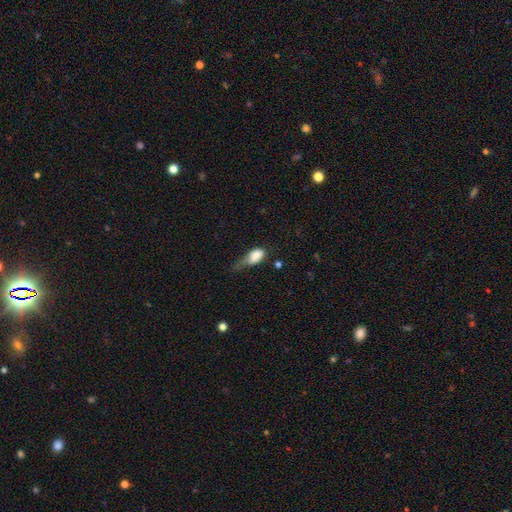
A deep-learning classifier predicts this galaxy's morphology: This is likely a smooth galaxy (75%). How rounded: clearly in between (85%). Merging: marginally major disturbance (43%).